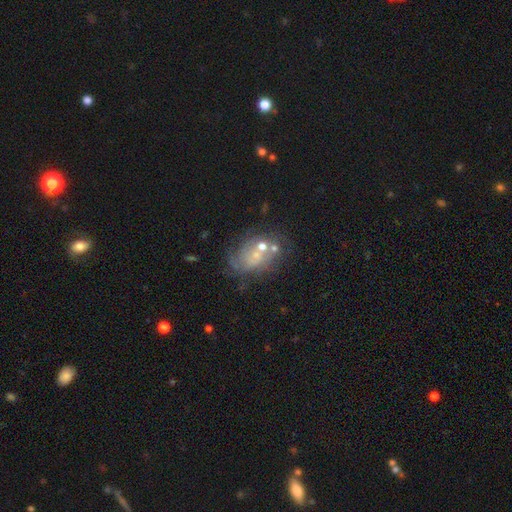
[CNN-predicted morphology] A featured or disk galaxy (55%) with no bar (77%), spiral arms (62%) and a small central bulge (62%). Merging: none (47%).